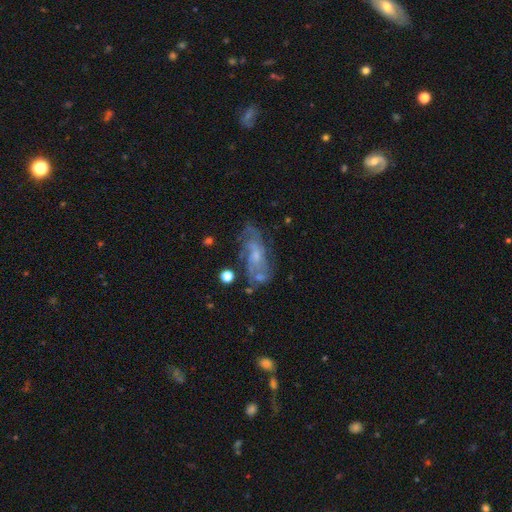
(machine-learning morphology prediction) The model was most divided on "spiral winding": medium: 43%, tight: 34%, loose: 23%. Remaining: edge-on disk — no (91%); spiral arms — yes (83%); smooth or featured — featured or disk (73%); bar — no (67%); merging — none (61%); bulge size — small (58%); spiral arm count — can't tell (40%).